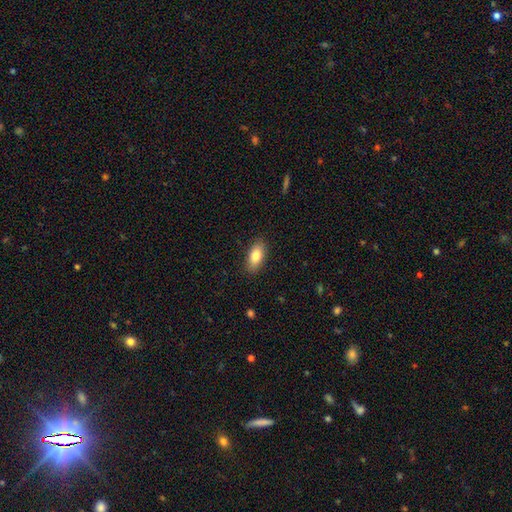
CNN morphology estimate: Smooth or featured? smooth (83%)
How rounded? in between (90%)
Merging? none (88%)